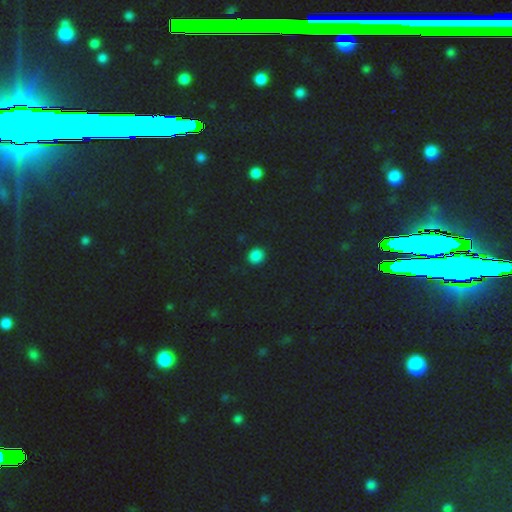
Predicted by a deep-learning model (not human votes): Smooth or featured? smooth (79%)
How rounded? round (80%)
Merging? none (90%)